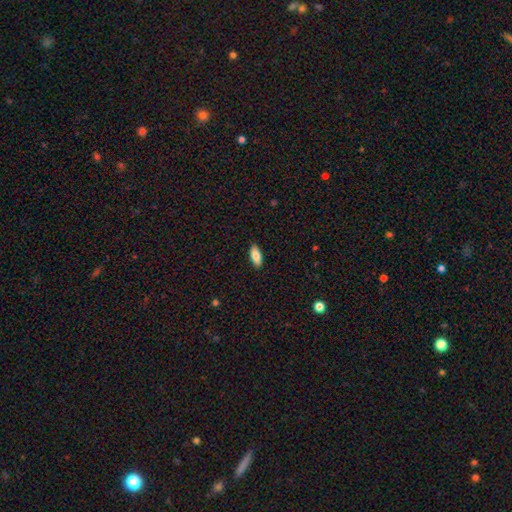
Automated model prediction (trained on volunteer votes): Smooth or featured: smooth — 85% (featured or disk — 9%)
How rounded: in between — 81% (cigar-shaped — 17%)
Merging: none — 90% (minor disturbance — 8%)